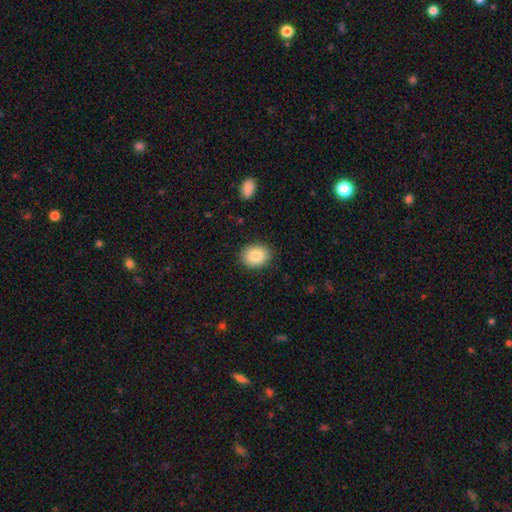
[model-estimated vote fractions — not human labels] Smooth or featured? smooth (84%)
How rounded? in between (53%)
Merging? none (88%)